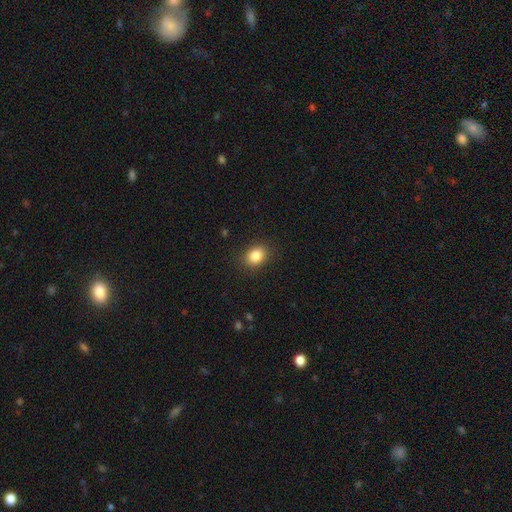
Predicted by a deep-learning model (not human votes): This is clearly a smooth galaxy (85%). How rounded: possibly in between (54%). Merging: clearly none (87%).